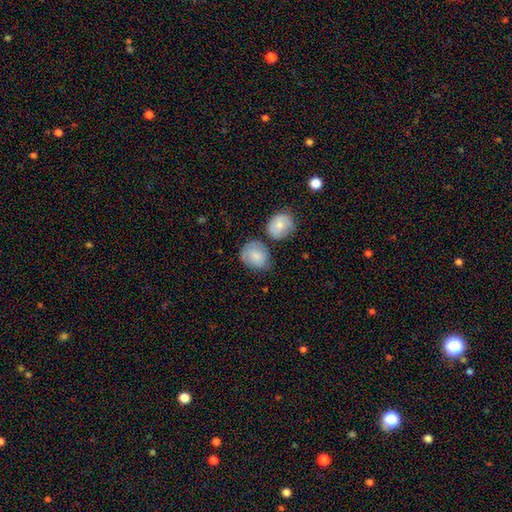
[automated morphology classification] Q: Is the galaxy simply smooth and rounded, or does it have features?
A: smooth — 81%.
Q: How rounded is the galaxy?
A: round — 59%.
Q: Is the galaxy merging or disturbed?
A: none — 57%.